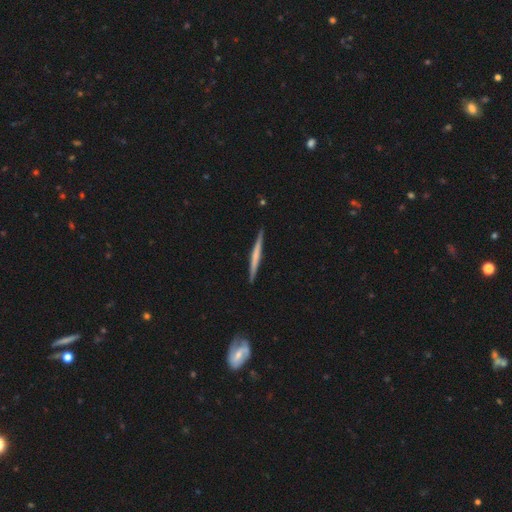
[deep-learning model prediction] featured or disk 53%, smooth 42%, star or artifact 5%. Down the decision tree: edge-on disk — yes (98%); edge-on bulge — none (69%); merging — none (91%).